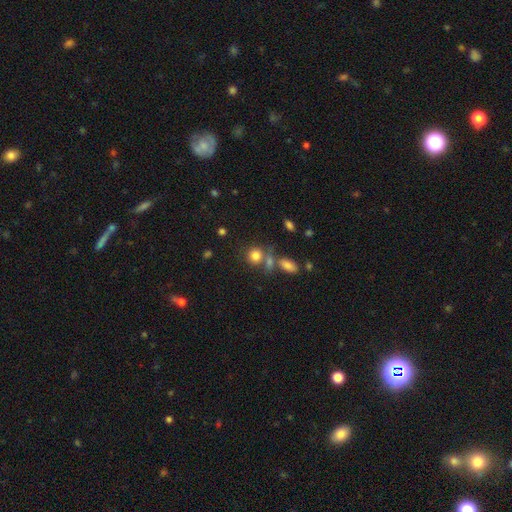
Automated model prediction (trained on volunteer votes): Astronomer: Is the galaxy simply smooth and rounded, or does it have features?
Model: smooth — 80%.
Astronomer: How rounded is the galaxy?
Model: round — 78%.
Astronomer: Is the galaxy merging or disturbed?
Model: none — 56%.